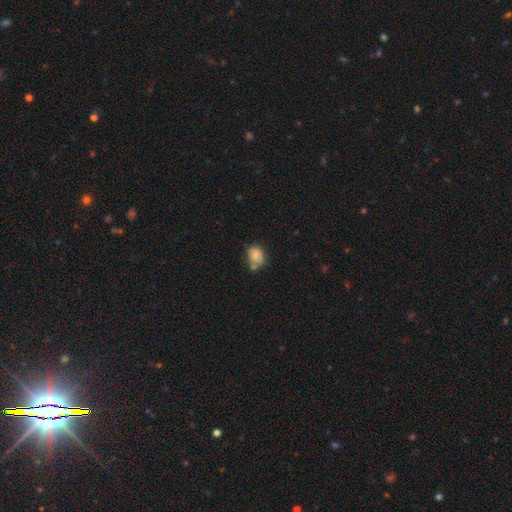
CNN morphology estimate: The model was most divided on "how rounded": in between: 53%, round: 46%, cigar-shaped: 1%. Remaining: smooth or featured — smooth (73%); merging — none (45%).